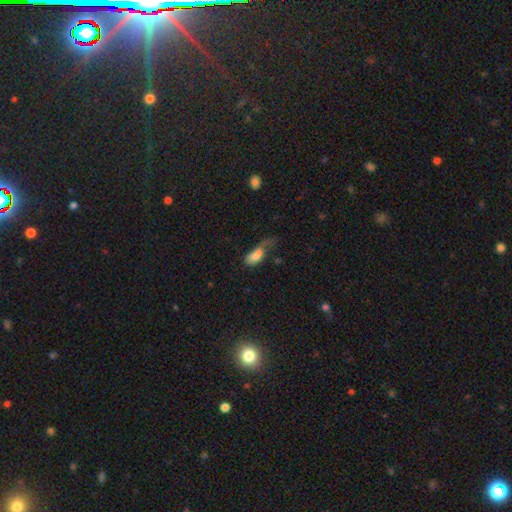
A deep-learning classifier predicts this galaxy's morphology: Smooth or featured? Predicted: smooth (p=0.75). How rounded? Predicted: in between (p=0.87). Merging? Predicted: major disturbance (p=0.51).